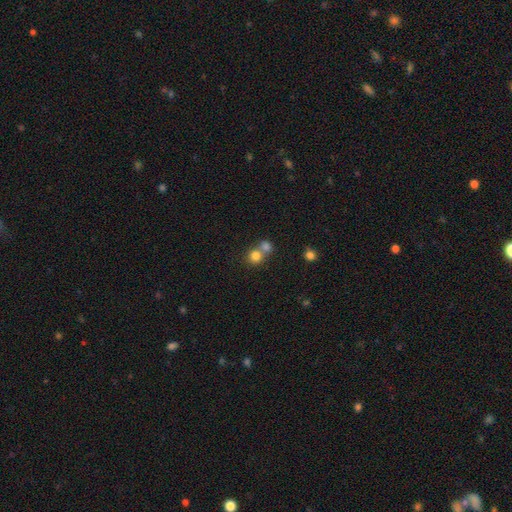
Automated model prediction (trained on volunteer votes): The model was most divided on "merging": merger: 49%, none: 43%, minor disturbance: 5%, major disturbance: 3%. More confident: how rounded — round (87%); smooth or featured — smooth (79%).